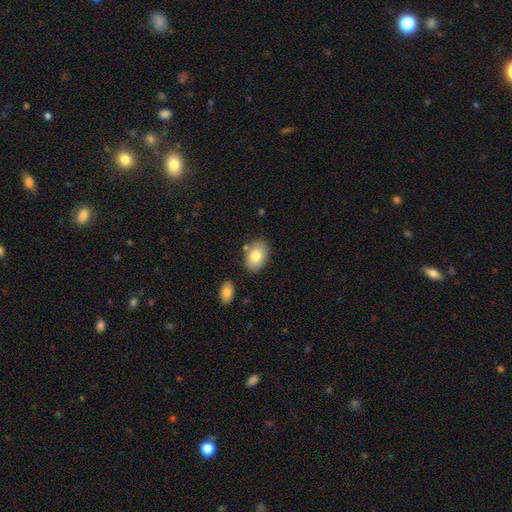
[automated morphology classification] The model was most divided on "smooth or featured": smooth: 78%, featured or disk: 15%, star or artifact: 7%. More confident: how rounded — in between (85%); merging — none (78%).